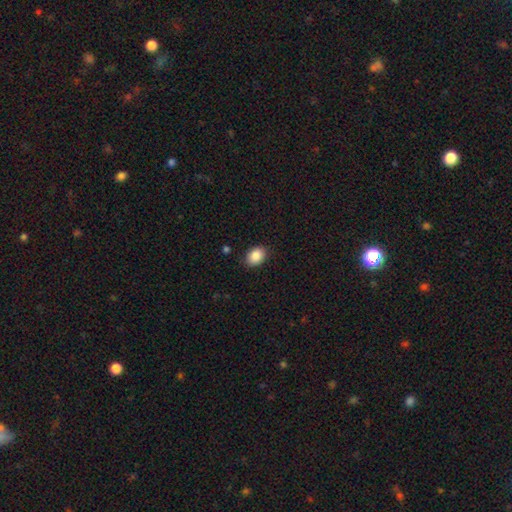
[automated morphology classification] smooth 88%, star or artifact 8%, featured or disk 4%. Down the decision tree: how rounded — in between (75%); merging — none (87%).